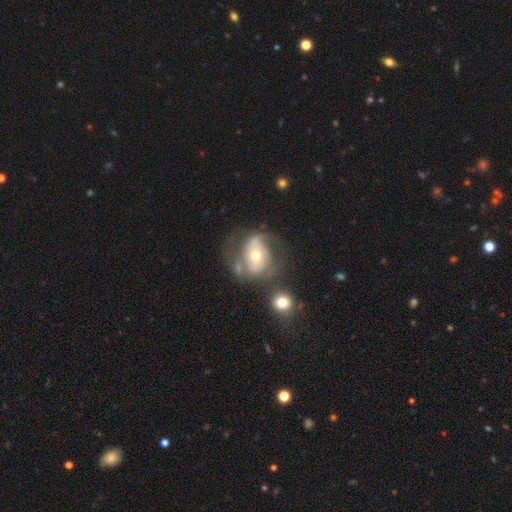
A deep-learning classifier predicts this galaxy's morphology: A featured or disk galaxy (68%) with no bar (58%), spiral arms (72%) and a moderate central bulge (63%). Merging: none (42%).